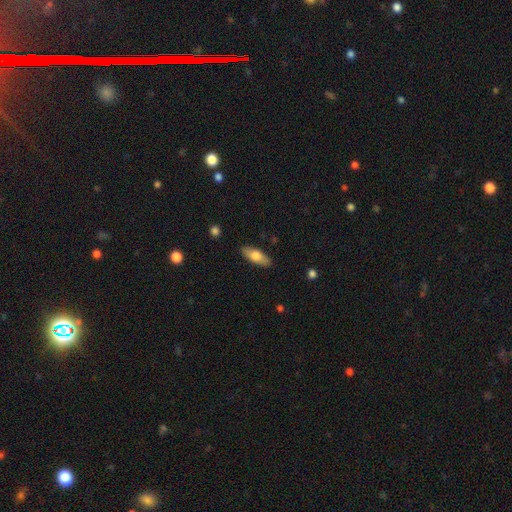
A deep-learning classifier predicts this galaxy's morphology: type=smooth (69%); roundness=in between (71%); merging=none (88%).